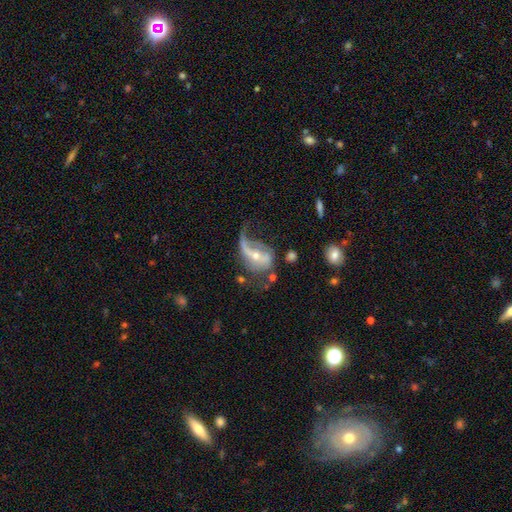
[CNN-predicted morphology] The model was most divided on "spiral arm count" (2-way tie): 1: 45%, 2: 45%, can't tell: 7%, 3: 2%, 4: 1%, more than 4: 1%. Remaining: edge-on disk — no (95%); spiral arms — yes (86%); smooth or featured — featured or disk (79%); spiral winding — loose (70%); bulge size — small (55%); merging — major disturbance (43%); bar — no (43%).